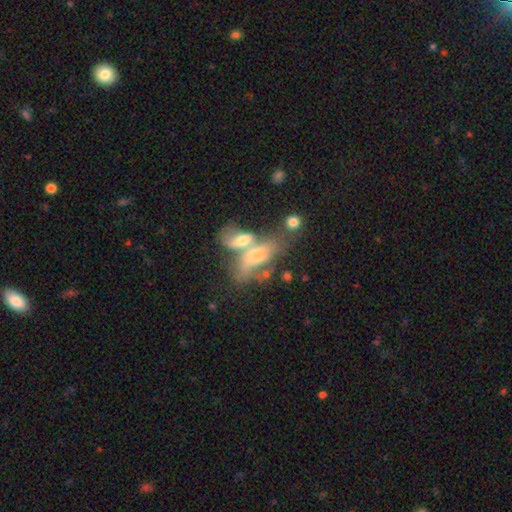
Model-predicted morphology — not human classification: The model was most divided on "smooth or featured": smooth: 49%, featured or disk: 40%, star or artifact: 10%. More confident: merging — merger (66%).